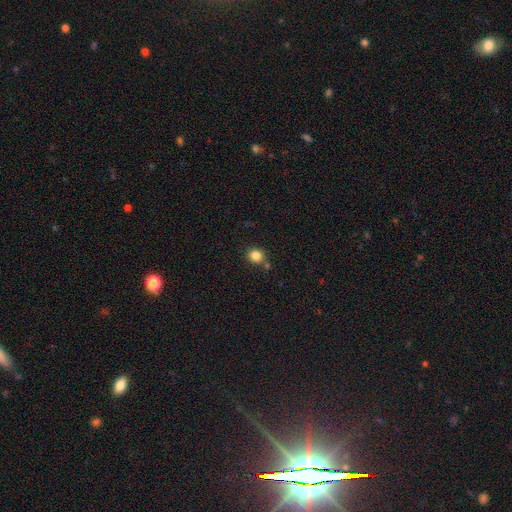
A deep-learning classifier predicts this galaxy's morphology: A smooth galaxy with no disk features (84%) that is round (82%).

Vote fractions:
- Smooth or featured? smooth: 84% / star or artifact: 11% / featured or disk: 5%
- How rounded? round: 82% / in between: 18% / cigar-shaped: 1%
- Merging? none: 75% / merger: 11% / minor disturbance: 11% / major disturbance: 3%